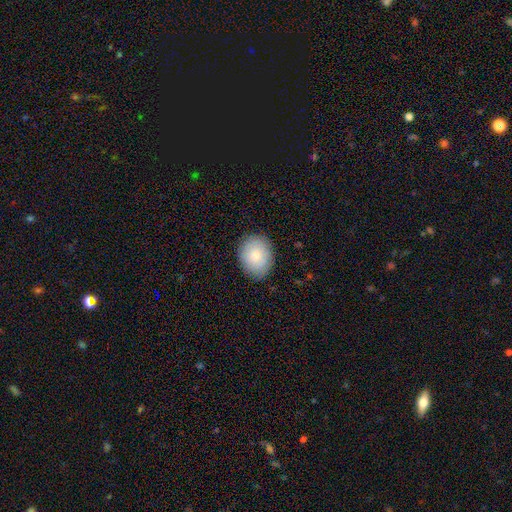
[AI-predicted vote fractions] Smooth or featured? smooth (84%)
How rounded? in between (53%)
Merging? none (85%)